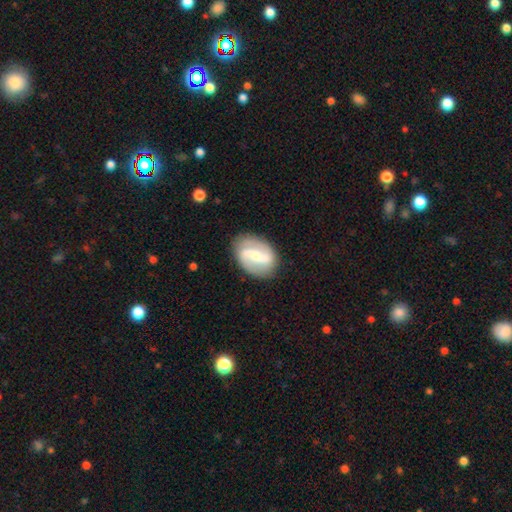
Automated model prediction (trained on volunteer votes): This appears to be a featured or disk galaxy (78%) with a strong bar (54%), 2 (90%) loose (48%) spiral arms (86%) and a small central bulge (53%). Merging: none (83%).